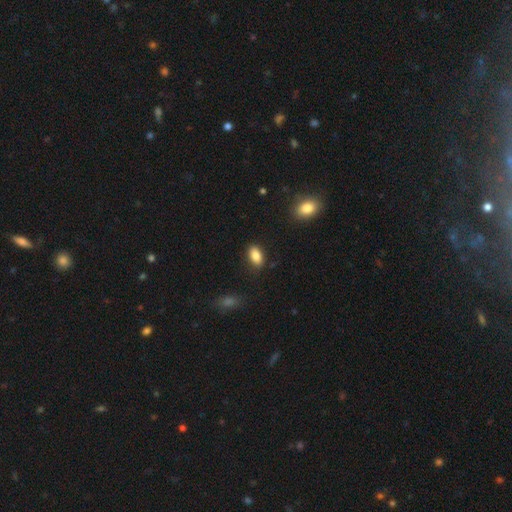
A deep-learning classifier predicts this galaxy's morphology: Q: Smooth or featured?
A: smooth (86%); runner-up: star or artifact (8%)
Q: How rounded?
A: in between (91%); runner-up: round (5%)
Q: Merging?
A: none (85%); runner-up: minor disturbance (11%)